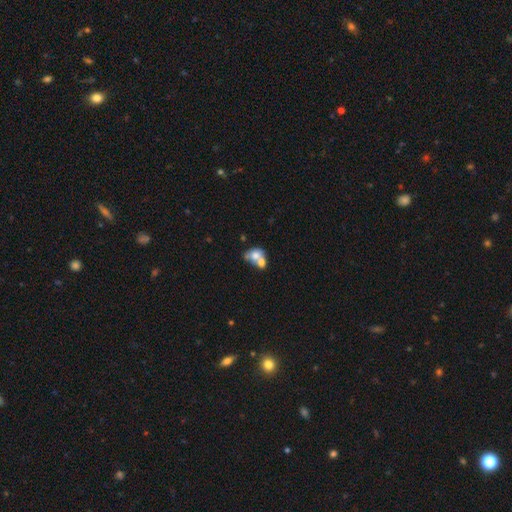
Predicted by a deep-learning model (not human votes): smooth 66%, featured or disk 26%, star or artifact 9%. Down the decision tree: how rounded — in between (57%); merging — merger (70%).